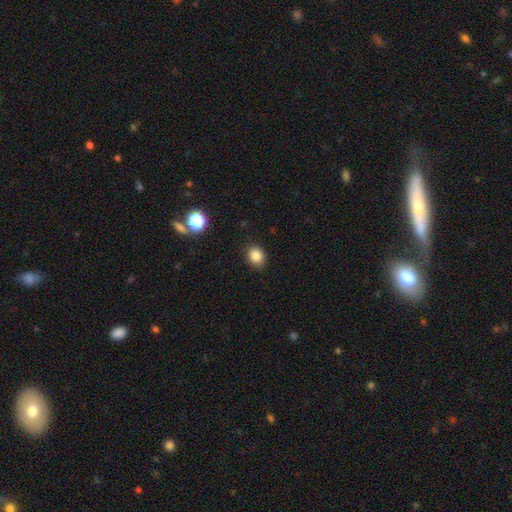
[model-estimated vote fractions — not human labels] Smooth or featured: smooth — 84% (star or artifact — 11%)
How rounded: round — 53% (in between — 46%)
Merging: none — 87% (minor disturbance — 10%)